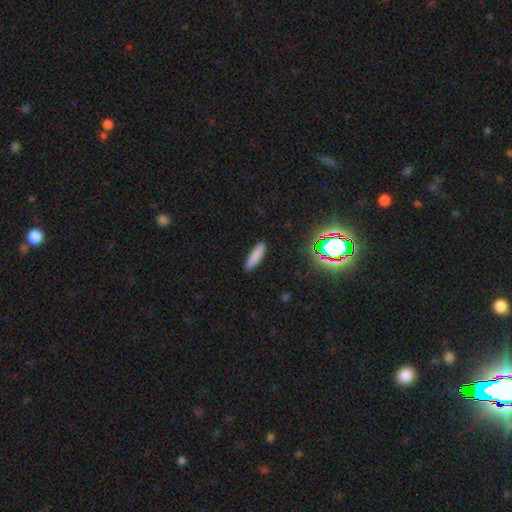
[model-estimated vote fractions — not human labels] Smooth or featured: smooth — 82% (star or artifact — 11%)
How rounded: cigar-shaped — 69% (in between — 29%)
Merging: none — 90% (minor disturbance — 7%)